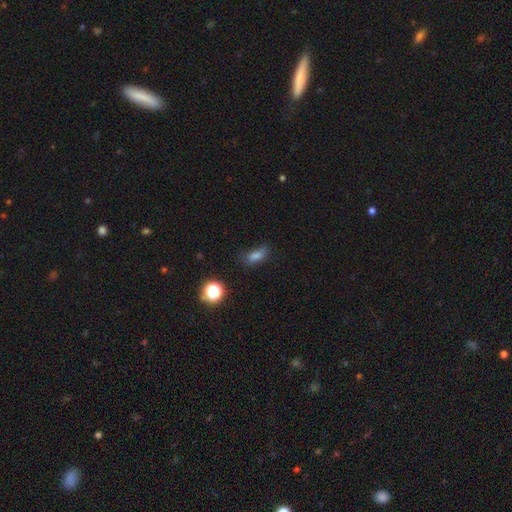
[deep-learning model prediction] This is likely a smooth galaxy (75%). How rounded: likely in between (73%). Merging: possibly none (58%).